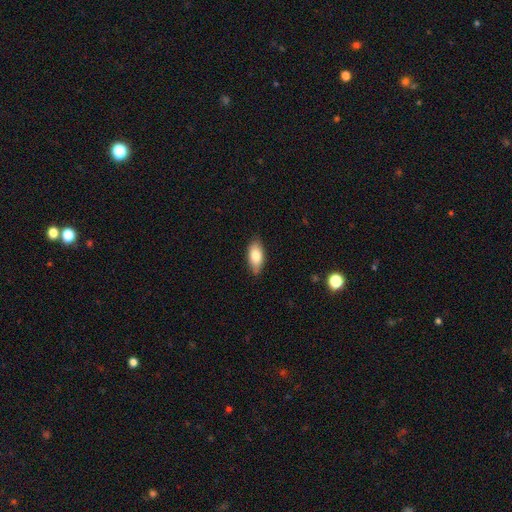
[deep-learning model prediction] Overall: smooth (78%). How rounded: in between (88%). Merging: none (82%).